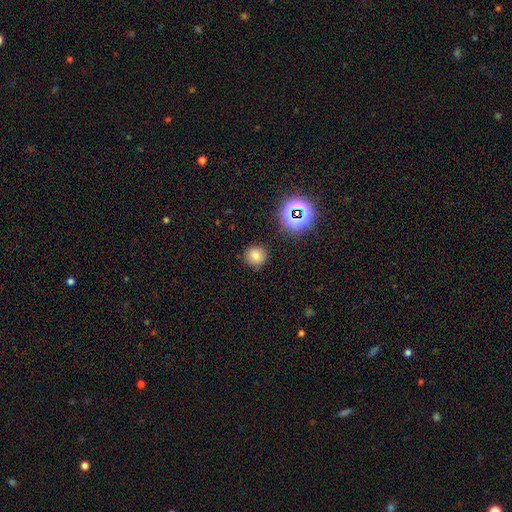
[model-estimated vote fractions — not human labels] Smooth or featured? Predicted: smooth (p=0.75). How rounded? Predicted: round (p=0.89). Merging? Predicted: none (p=0.85).